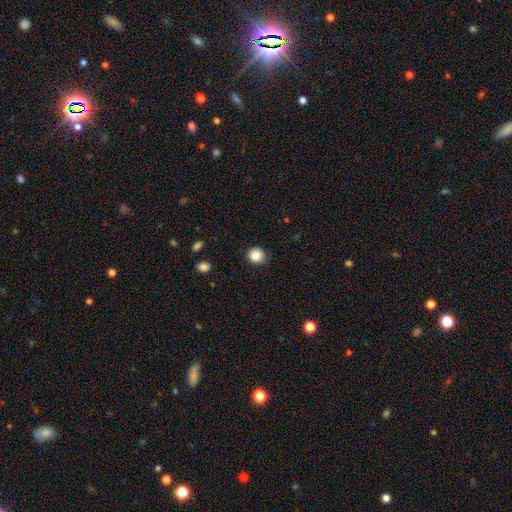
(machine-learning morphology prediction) A smooth galaxy with no disk features (86%) that is round (84%). Merging: none (85%).